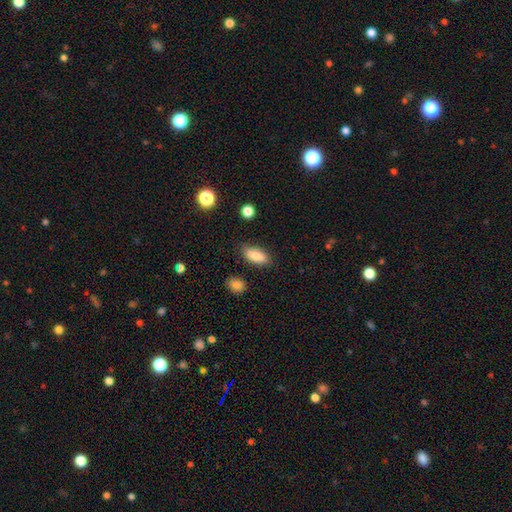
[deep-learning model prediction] Smooth or featured: smooth — 87% (star or artifact — 7%)
How rounded: in between — 86% (cigar-shaped — 11%)
Merging: none — 84% (minor disturbance — 11%)